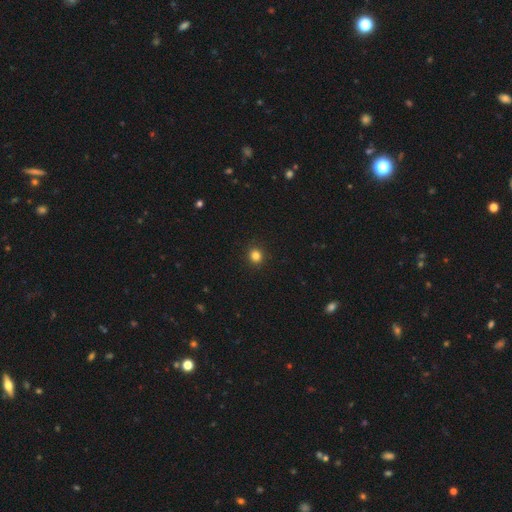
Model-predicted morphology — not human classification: smooth 84%, star or artifact 13%, featured or disk 4%. Down the decision tree: how rounded — round (89%); merging — none (92%).